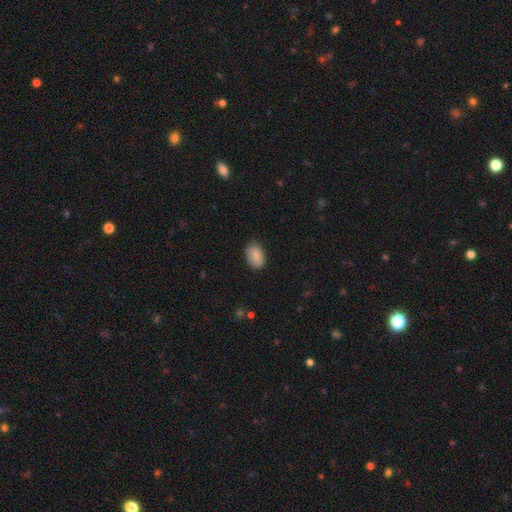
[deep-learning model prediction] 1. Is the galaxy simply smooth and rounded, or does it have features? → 85% smooth, 8% featured or disk, 7% star or artifact.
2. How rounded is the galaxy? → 87% in between, 11% round, 1% cigar-shaped.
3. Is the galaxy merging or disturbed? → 76% none, 19% minor disturbance, 3% major disturbance, 1% merger.